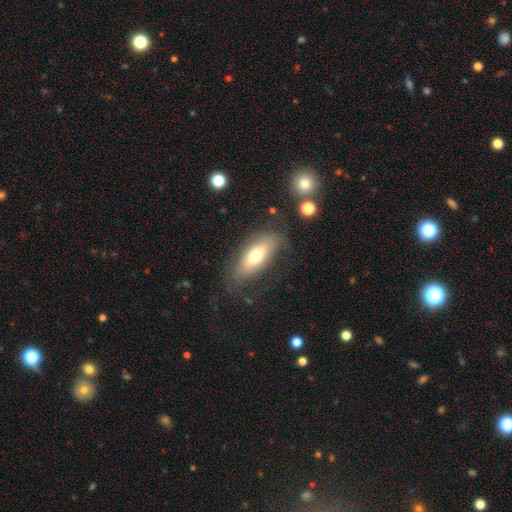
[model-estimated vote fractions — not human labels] The model was most divided on "smooth or featured": smooth: 64%, featured or disk: 29%, star or artifact: 8%. More confident: how rounded — in between (78%); merging — none (71%).